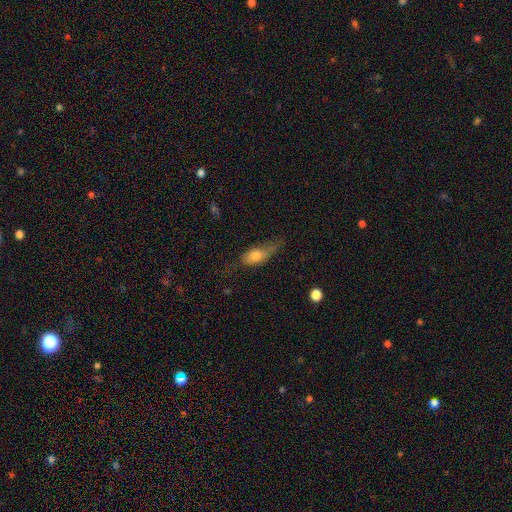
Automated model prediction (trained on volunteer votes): Smooth or featured? Predicted: smooth (p=0.70). How rounded? Predicted: in between (p=0.78). Merging? Predicted: minor disturbance (p=0.37).